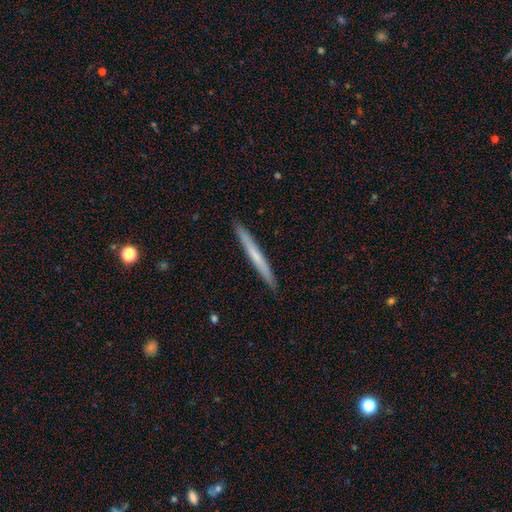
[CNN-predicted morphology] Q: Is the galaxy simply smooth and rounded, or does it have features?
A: smooth — 56%.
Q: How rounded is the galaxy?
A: cigar-shaped — 97%.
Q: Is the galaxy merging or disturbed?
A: none — 92%.